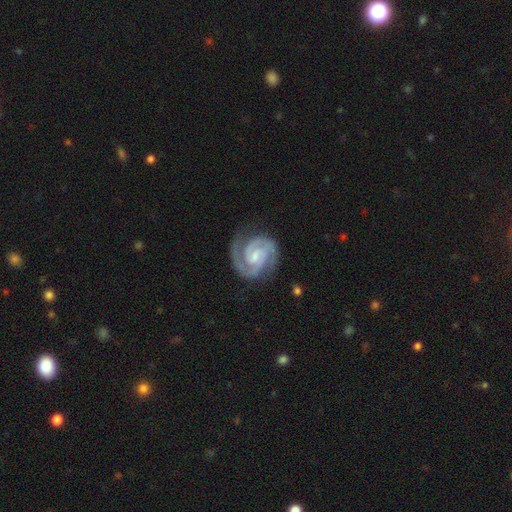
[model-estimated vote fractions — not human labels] The model was most divided on "bar": weak: 49%, no: 36%, strong: 14%. More confident: spiral arms — yes (99%); edge-on disk — no (98%); smooth or featured — featured or disk (93%); spiral arm count — 2 (85%); merging — none (77%); spiral winding — tight (64%); bulge size — small (52%).